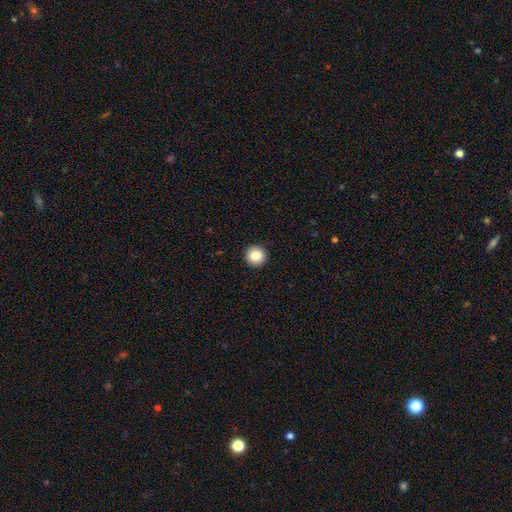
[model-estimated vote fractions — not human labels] A smooth galaxy with no disk features (85%) that is round (96%). Merging: none (94%).